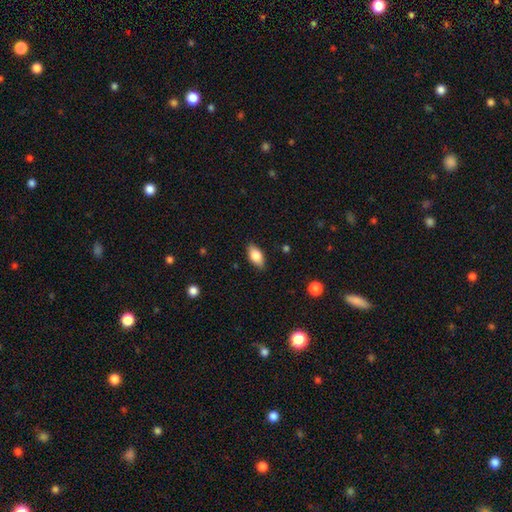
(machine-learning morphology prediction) Smooth or featured? Predicted: smooth (p=0.80). How rounded? Predicted: in between (p=0.89). Merging? Predicted: none (p=0.86).